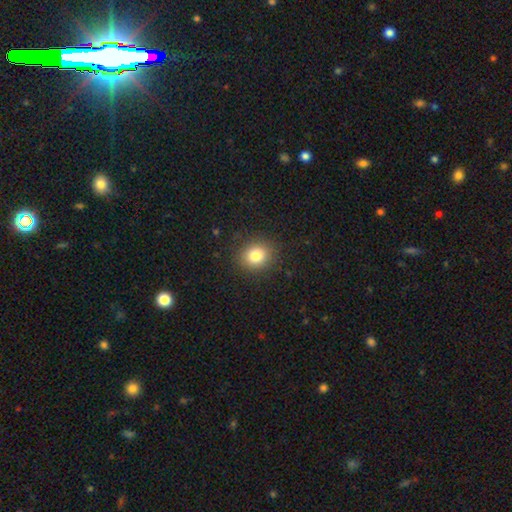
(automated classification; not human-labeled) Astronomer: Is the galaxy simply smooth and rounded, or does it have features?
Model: smooth — 82%.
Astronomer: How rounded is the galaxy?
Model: round — 74%.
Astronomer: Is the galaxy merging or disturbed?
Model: none — 88%.